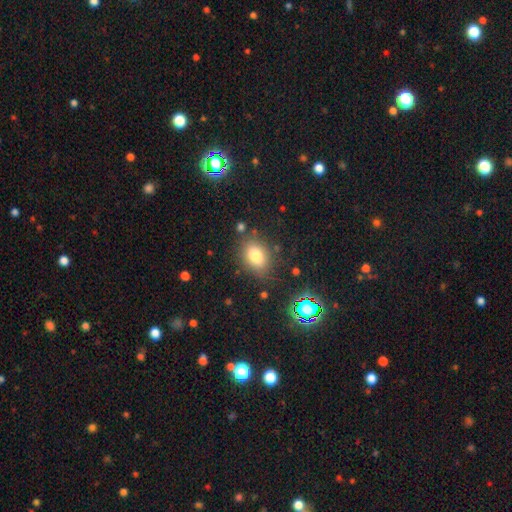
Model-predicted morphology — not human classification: This appears to be a smooth galaxy with no disk features (79%) that is in between round and cigar-shaped (68%). Merging: none (80%).